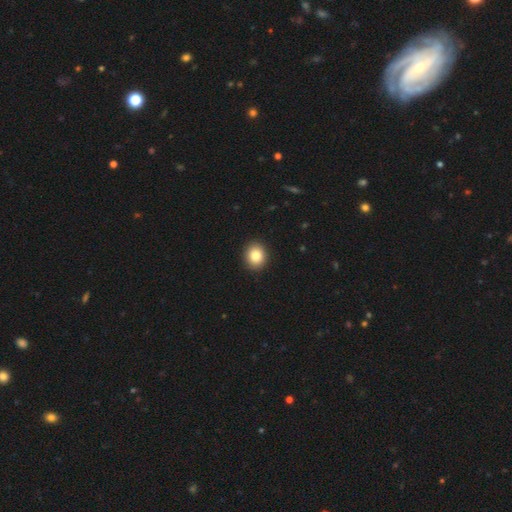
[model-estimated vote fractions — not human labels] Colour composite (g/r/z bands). It shows a smooth galaxy with no disk features (84%) that is round (65%). Merging: none (92%).